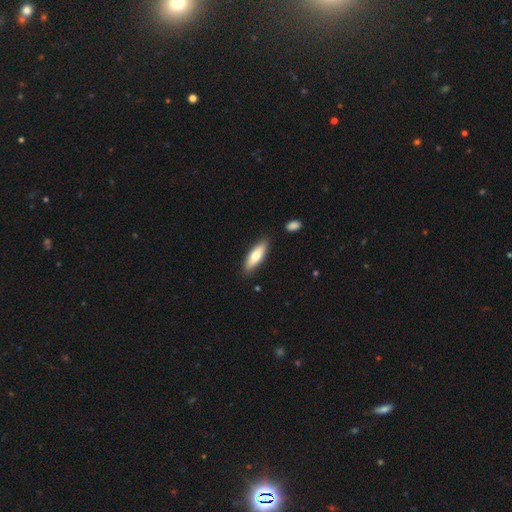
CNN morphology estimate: A smooth galaxy with no disk features (71%) that is in between round and cigar-shaped (52%).

Vote fractions:
- Smooth or featured? smooth: 71% / featured or disk: 23% / star or artifact: 5%
- How rounded? in between: 52% / cigar-shaped: 46% / round: 2%
- Merging? none: 86% / minor disturbance: 10% / merger: 3% / major disturbance: 2%